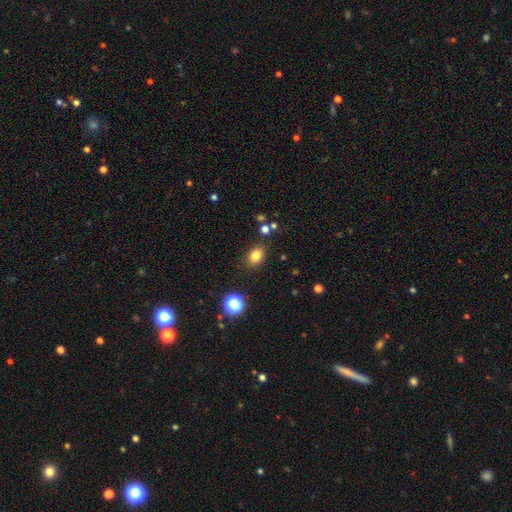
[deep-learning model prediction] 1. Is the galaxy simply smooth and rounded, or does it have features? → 80% smooth, 13% star or artifact, 6% featured or disk.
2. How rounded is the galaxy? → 55% in between, 44% round, 1% cigar-shaped.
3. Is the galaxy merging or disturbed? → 84% none, 10% minor disturbance, 3% major disturbance, 3% merger.